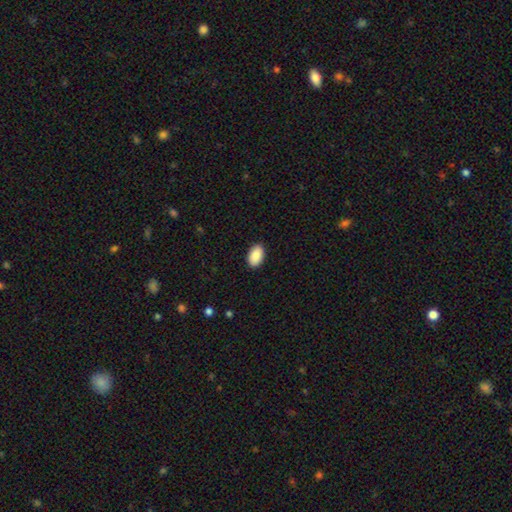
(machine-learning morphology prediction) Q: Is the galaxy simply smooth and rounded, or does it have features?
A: smooth — 89%.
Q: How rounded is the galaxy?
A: in between — 93%.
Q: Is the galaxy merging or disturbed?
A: none — 90%.